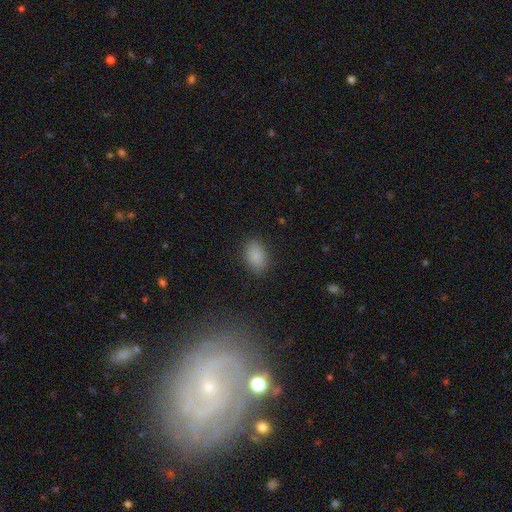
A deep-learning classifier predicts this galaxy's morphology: A smooth galaxy with no disk features (86%) that is in between round and cigar-shaped (86%). Merging: none (85%).